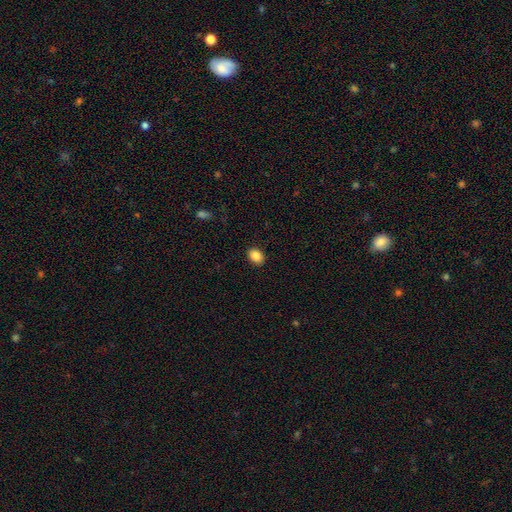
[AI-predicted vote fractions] A smooth galaxy with no disk features (87%) that is in between round and cigar-shaped (70%).

Vote fractions:
- Smooth or featured? smooth: 87% / star or artifact: 9% / featured or disk: 4%
- How rounded? in between: 70% / round: 29% / cigar-shaped: 1%
- Merging? none: 89% / minor disturbance: 8% / major disturbance: 2% / merger: 1%